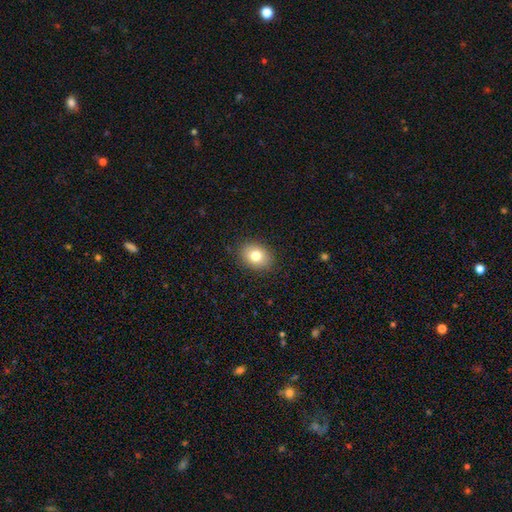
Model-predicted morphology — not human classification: This is likely a smooth galaxy (80%). How rounded: likely in between (60%). Merging: clearly none (88%).